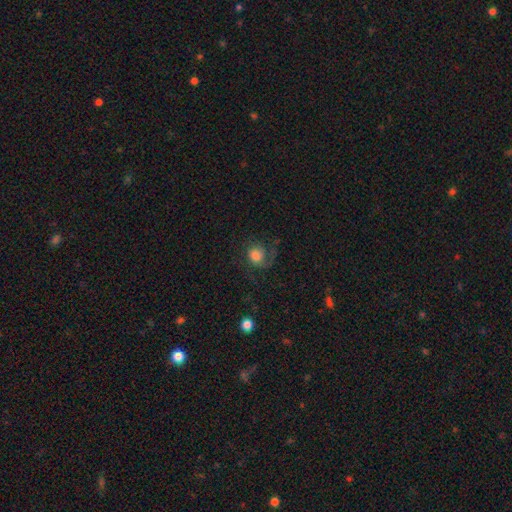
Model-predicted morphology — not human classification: type=smooth (50%); merging=none (53%).